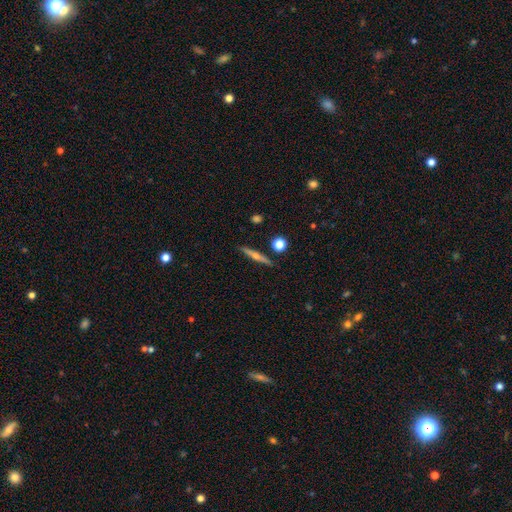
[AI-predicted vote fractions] Smooth or featured: featured or disk — 60% (smooth — 32%)
Edge-on disk: yes — 97% (no — 3%)
Edge-on bulge: rounded — 84% (none — 13%)
Merging: none — 89% (minor disturbance — 7%)